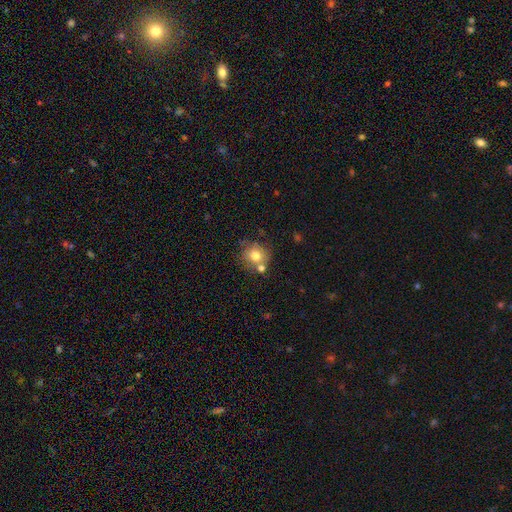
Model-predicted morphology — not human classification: type=smooth (74%); roundness=round (86%); merging=none (63%).